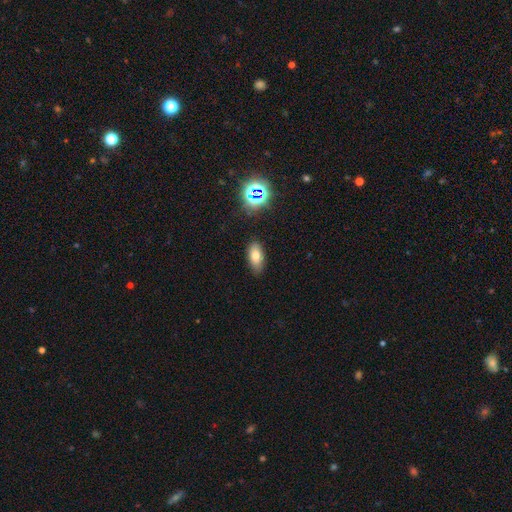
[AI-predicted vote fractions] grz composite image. It shows a smooth galaxy with no disk features (73%) that is in between round and cigar-shaped (87%). Merging: none (84%).